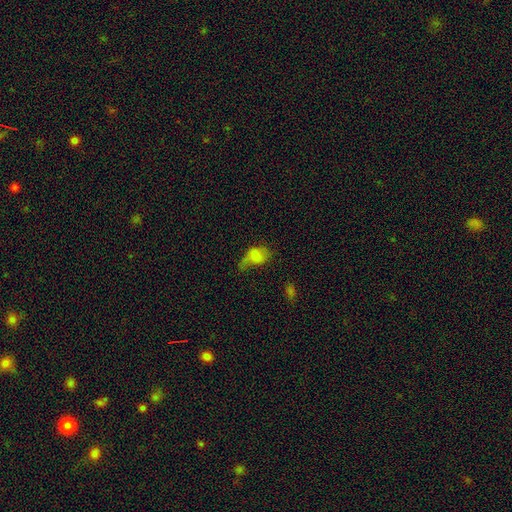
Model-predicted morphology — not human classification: A smooth galaxy with no disk features (65%) that is in between round and cigar-shaped (82%). Merging: major disturbance (39%).